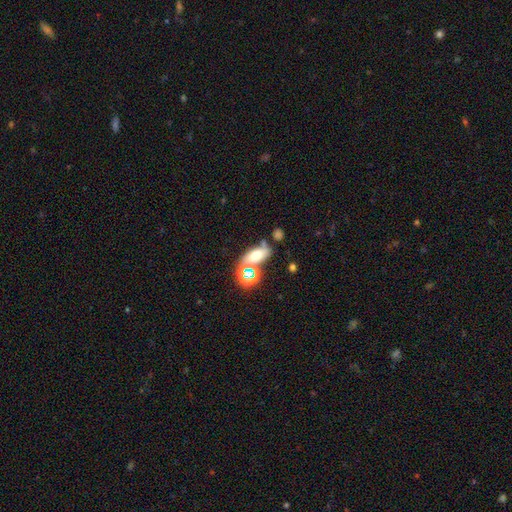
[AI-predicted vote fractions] Smooth or featured: smooth — 58% (featured or disk — 22%)
How rounded: in between — 74% (round — 13%)
Merging: none — 53% (merger — 23%)